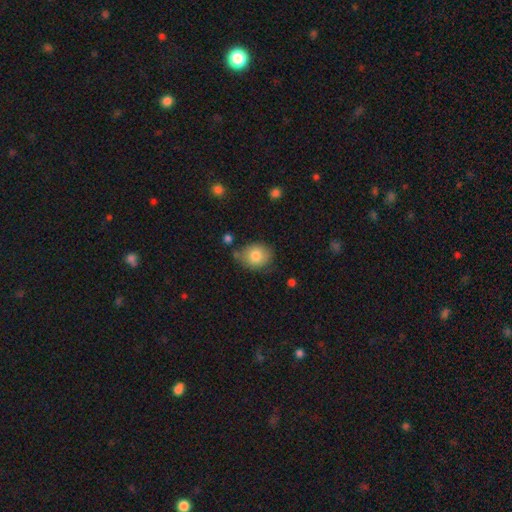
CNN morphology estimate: Q: Smooth or featured?
A: smooth (82%); runner-up: featured or disk (10%)
Q: How rounded?
A: round (60%); runner-up: in between (39%)
Q: Merging?
A: none (69%); runner-up: minor disturbance (21%)